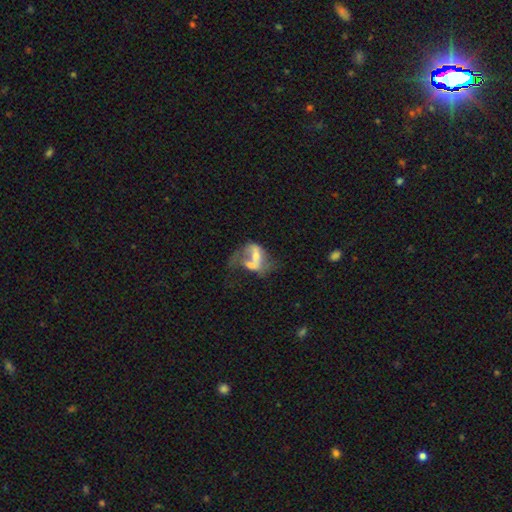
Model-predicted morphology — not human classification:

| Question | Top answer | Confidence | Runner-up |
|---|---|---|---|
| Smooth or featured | featured or disk | 60% | smooth (31%) |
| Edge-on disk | no | 95% | yes (5%) |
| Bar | no | 48% | weak (30%) |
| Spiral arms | no | 53% | yes (47%) |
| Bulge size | moderate | 50% | small (33%) |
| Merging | merger | 41% | major disturbance (30%) |